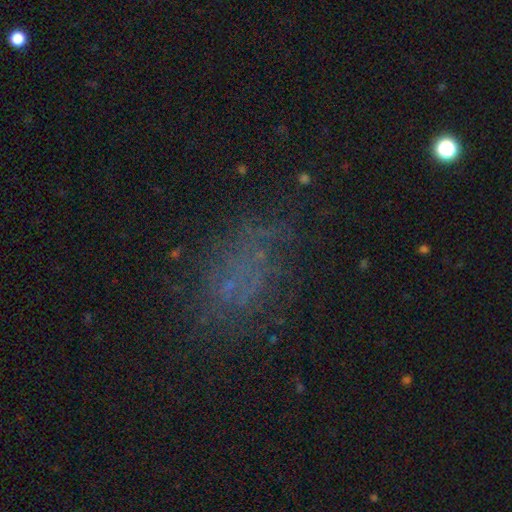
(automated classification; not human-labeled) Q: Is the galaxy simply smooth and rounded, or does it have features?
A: smooth — 40%.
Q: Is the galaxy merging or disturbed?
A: none — 53%.